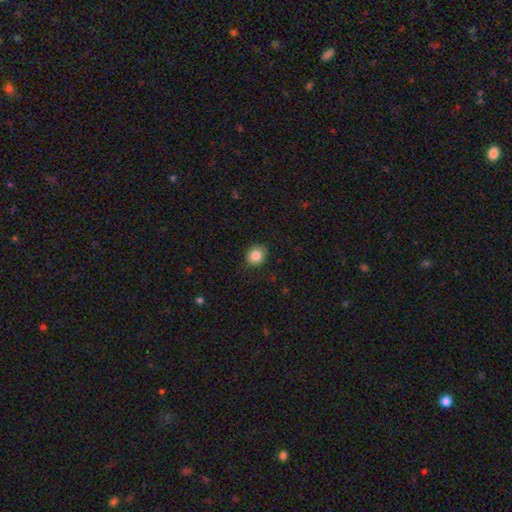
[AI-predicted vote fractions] smooth 86%, star or artifact 9%, featured or disk 5%. Down the decision tree: how rounded — round (72%); merging — none (87%).